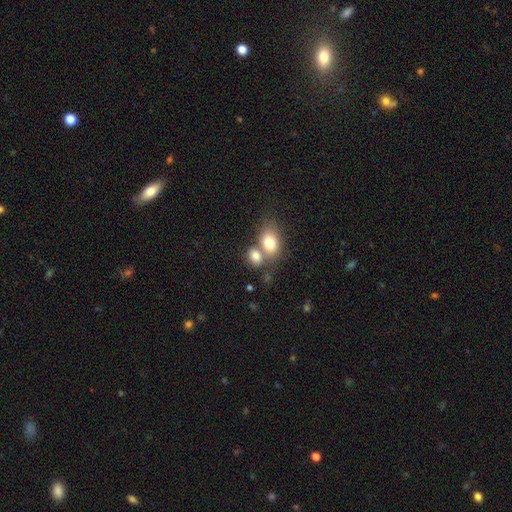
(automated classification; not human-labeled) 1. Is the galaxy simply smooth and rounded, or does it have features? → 79% smooth, 12% featured or disk, 10% star or artifact.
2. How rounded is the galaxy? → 62% in between, 37% round, 1% cigar-shaped.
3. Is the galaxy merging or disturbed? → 52% merger, 35% none, 9% minor disturbance, 4% major disturbance.